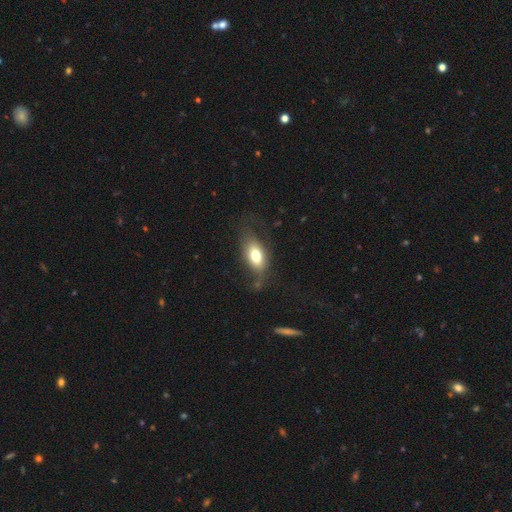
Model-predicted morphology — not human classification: smooth 70%, featured or disk 22%, star or artifact 8%. Down the decision tree: how rounded — in between (87%); merging — none (58%).